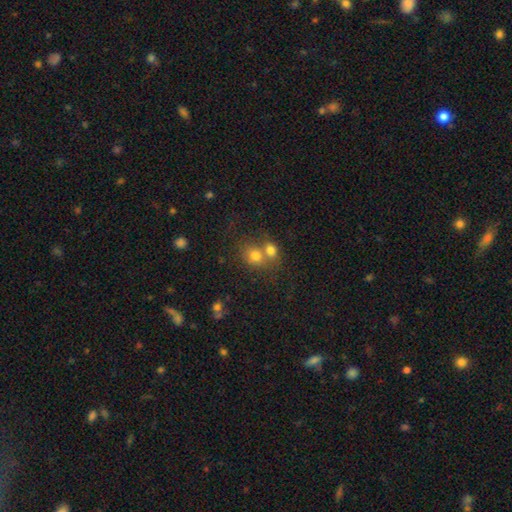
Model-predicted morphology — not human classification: smooth_or_featured: smooth (p=0.73) [alt: featured or disk p=0.14]
how_rounded: round (p=0.67) [alt: in between p=0.32]
merging: merger (p=0.58) [alt: none p=0.32]